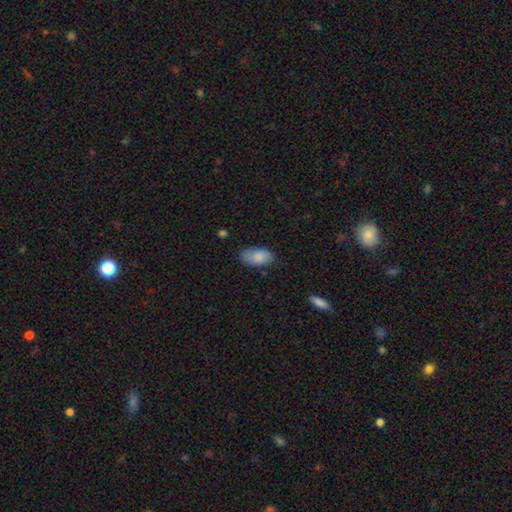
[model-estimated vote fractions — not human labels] This is likely a smooth galaxy (80%). How rounded: clearly in between (94%). Merging: likely none (69%).